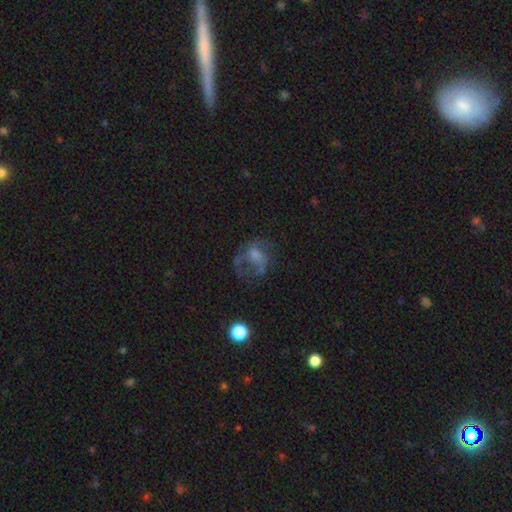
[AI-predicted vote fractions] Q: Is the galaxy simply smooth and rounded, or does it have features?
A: featured or disk — 50%.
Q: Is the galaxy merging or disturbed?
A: major disturbance — 41%.